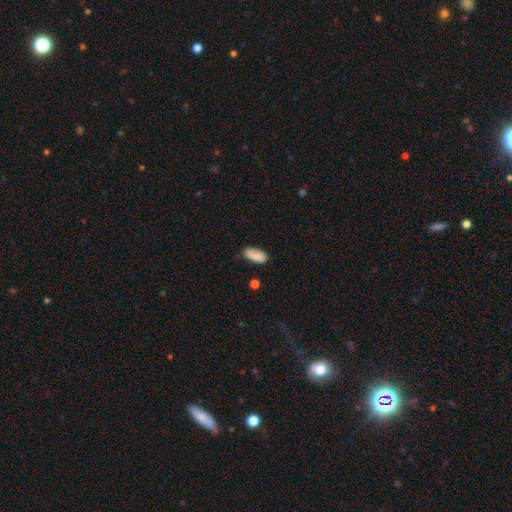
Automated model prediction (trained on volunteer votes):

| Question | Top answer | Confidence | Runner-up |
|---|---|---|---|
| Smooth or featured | smooth | 84% | featured or disk (8%) |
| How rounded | in between | 91% | cigar-shaped (7%) |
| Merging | none | 69% | minor disturbance (21%) |